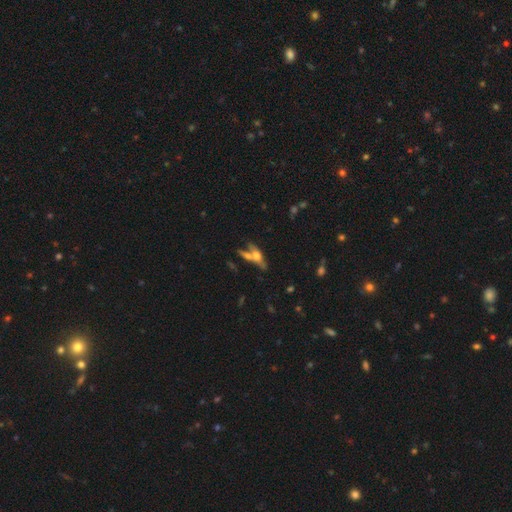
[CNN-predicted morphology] Overall: featured or disk (54%; smooth 35%). Edge-on disk: yes (74%). Merging: none (42%; merger 38%).